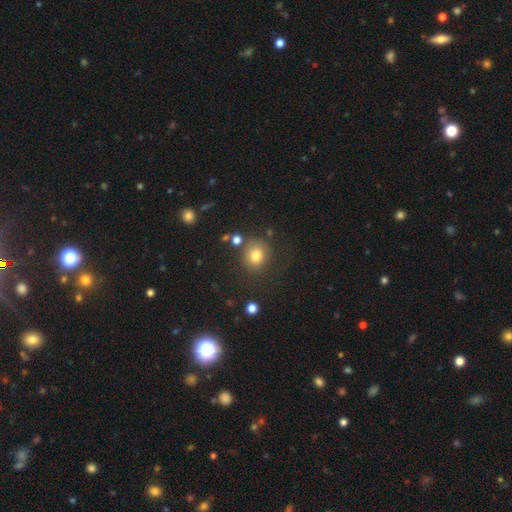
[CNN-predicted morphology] This appears to be a smooth galaxy with no disk features (79%) that is round (82%). Merging: none (74%).